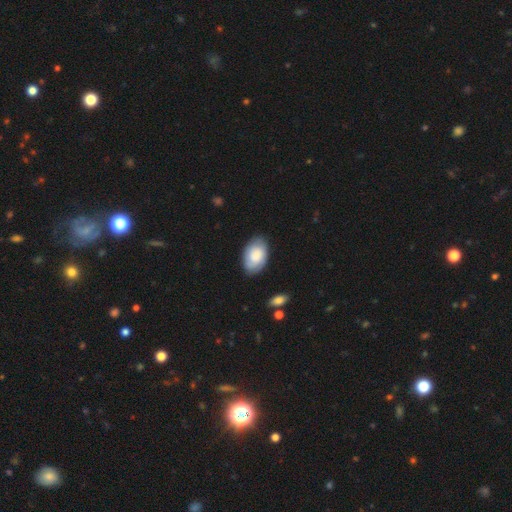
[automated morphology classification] Smooth or featured?
  - smooth: 72% *
  - featured or disk: 21%
  - star or artifact: 6%
How rounded?
  - in between: 91% *
  - round: 8%
  - cigar-shaped: 1%
Merging?
  - none: 80% *
  - minor disturbance: 15%
  - major disturbance: 3%
  - merger: 2%